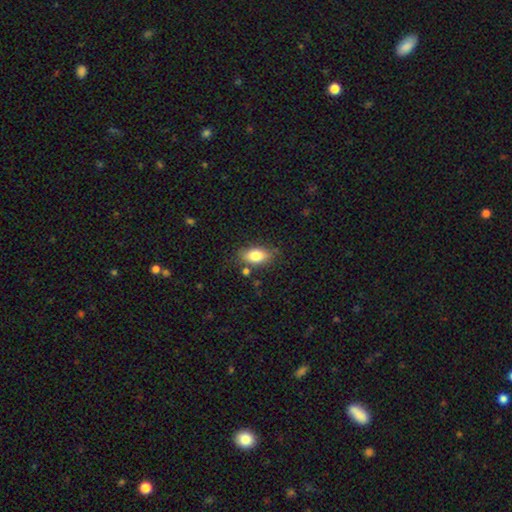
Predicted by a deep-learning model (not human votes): A smooth galaxy with no disk features (81%) that is in between round and cigar-shaped (88%). Merging: none (74%).